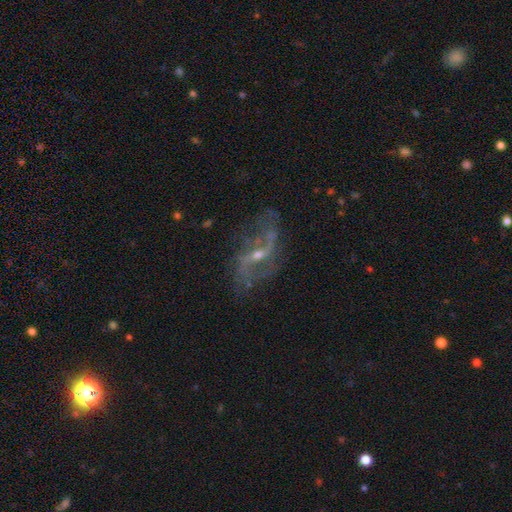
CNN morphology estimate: Smooth or featured? Predicted: featured or disk (p=0.86). Edge-on disk? Predicted: no (p=0.94). Bar? Predicted: weak (p=0.44). Spiral arms? Predicted: yes (p=0.92). Spiral winding? Predicted: loose (p=0.79). Spiral arm count? Predicted: 2 (p=0.88). Bulge size? Predicted: small (p=0.61). Merging? Predicted: none (p=0.66).